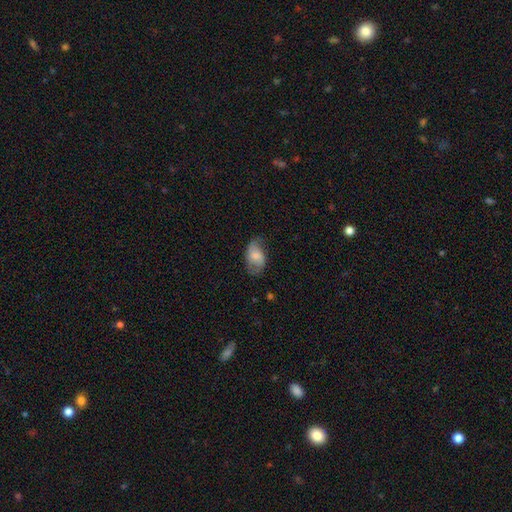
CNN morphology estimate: A smooth galaxy with no disk features (56%) that is in between round and cigar-shaped (89%).

Vote fractions:
- Smooth or featured? smooth: 56% / featured or disk: 36% / star or artifact: 7%
- How rounded? in between: 89% / round: 9% / cigar-shaped: 2%
- Merging? none: 62% / minor disturbance: 27% / major disturbance: 10% / merger: 1%